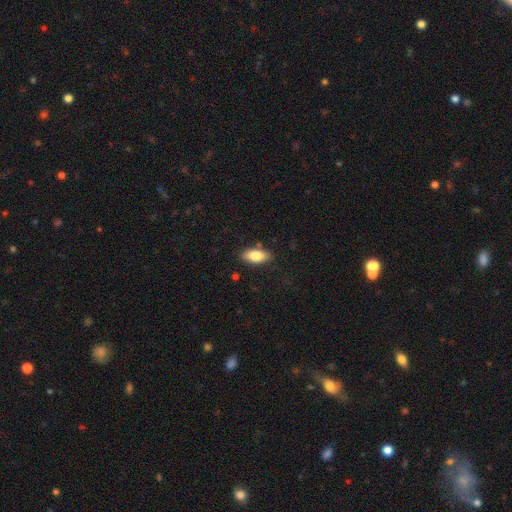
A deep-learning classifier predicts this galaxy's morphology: A smooth galaxy with no disk features (79%) that is in between round and cigar-shaped (88%). Merging: none (83%).